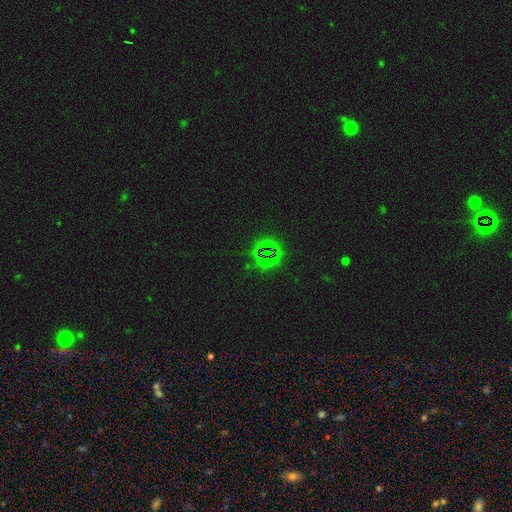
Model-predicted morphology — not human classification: star or artifact 44%, featured or disk 33%, smooth 23%.